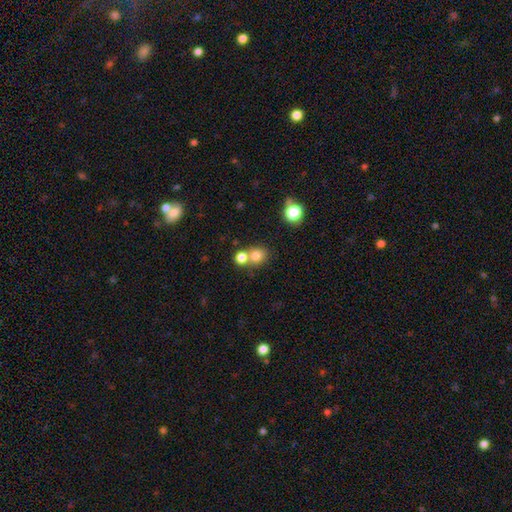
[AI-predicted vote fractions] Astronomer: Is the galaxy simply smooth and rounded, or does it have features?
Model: smooth — 78%.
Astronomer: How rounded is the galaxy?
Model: round — 78%.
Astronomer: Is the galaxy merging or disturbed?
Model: none — 53% (runner-up: merger, 37%).